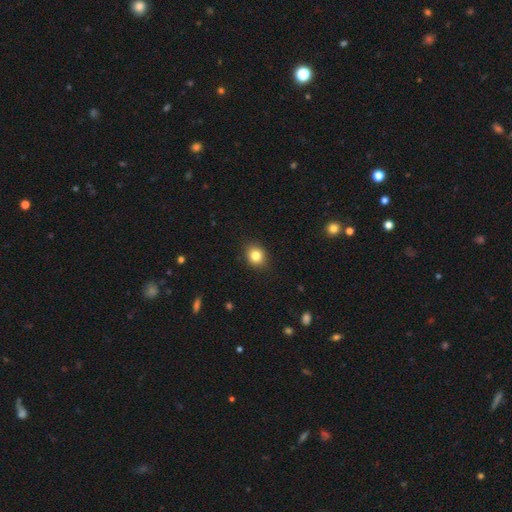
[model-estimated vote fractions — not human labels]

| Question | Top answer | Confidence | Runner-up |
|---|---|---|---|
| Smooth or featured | smooth | 83% | star or artifact (10%) |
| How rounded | round | 66% | in between (33%) |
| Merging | none | 89% | minor disturbance (8%) |